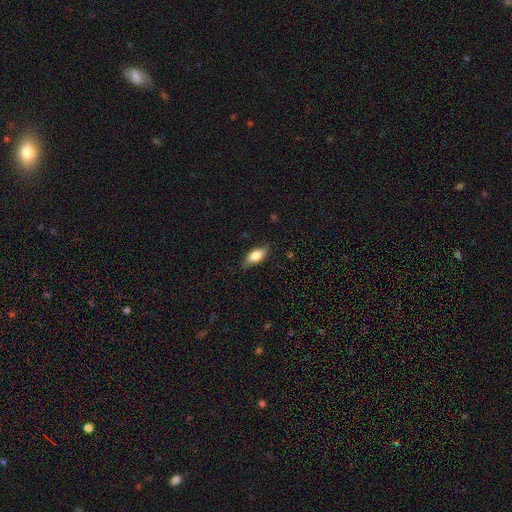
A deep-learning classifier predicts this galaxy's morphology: type=smooth (78%); roundness=in between (80%); merging=none (79%).